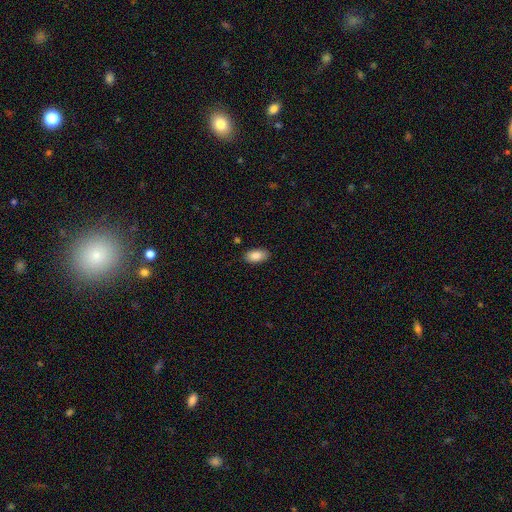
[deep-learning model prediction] Smooth or featured? Predicted: smooth (p=0.88). How rounded? Predicted: in between (p=0.94). Merging? Predicted: none (p=0.85).